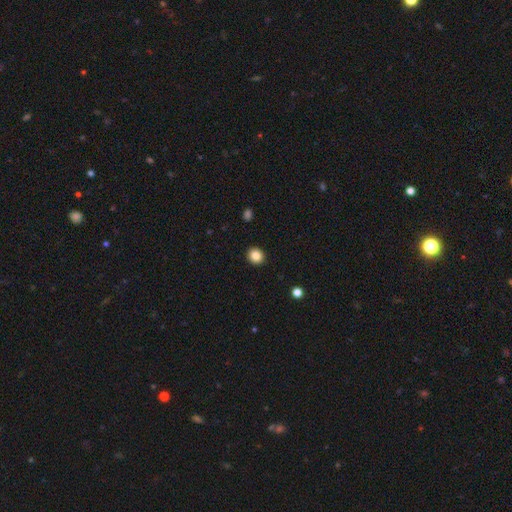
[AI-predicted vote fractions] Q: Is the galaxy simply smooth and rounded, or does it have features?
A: smooth — 86%.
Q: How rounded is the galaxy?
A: round — 84%.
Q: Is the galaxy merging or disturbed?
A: none — 92%.